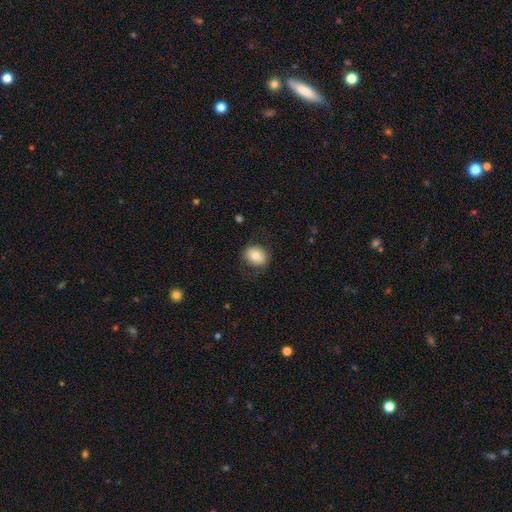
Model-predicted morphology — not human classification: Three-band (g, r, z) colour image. It shows a smooth galaxy with no disk features (79%) that is round (58%). Merging: none (81%).